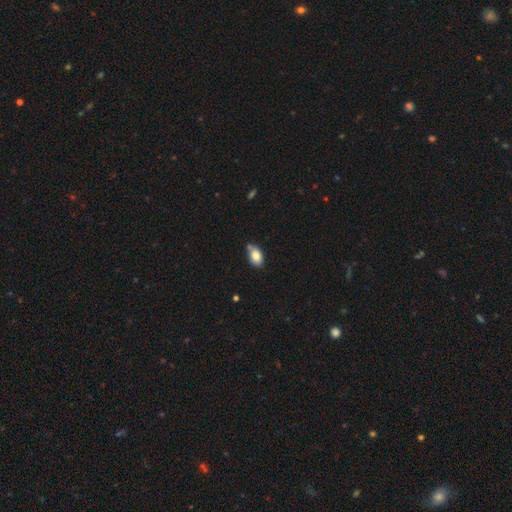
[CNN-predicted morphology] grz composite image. It shows a smooth galaxy with no disk features (83%) that is in between round and cigar-shaped (89%). Merging: none (66%).